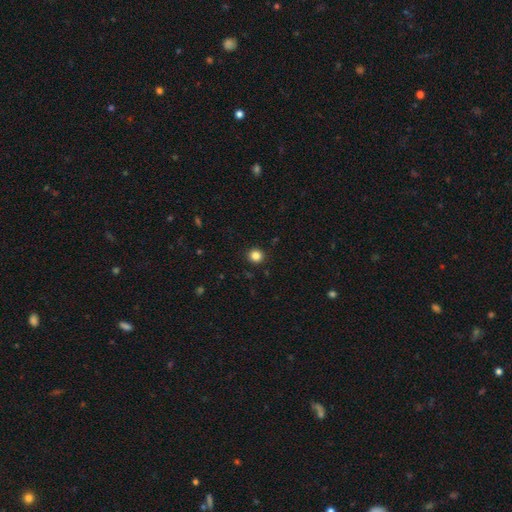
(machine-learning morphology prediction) This appears to be a smooth galaxy with no disk features (84%) that is round (90%). Merging: none (92%).